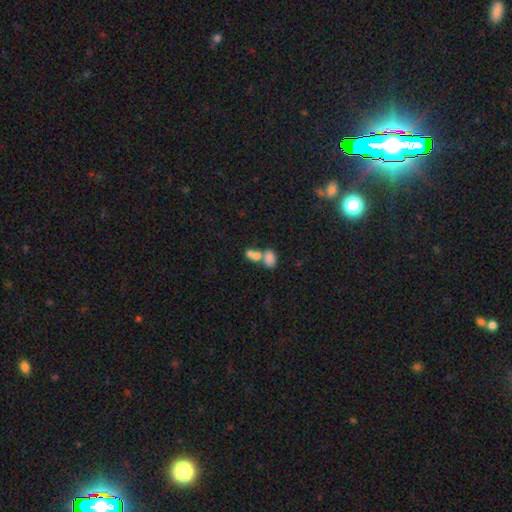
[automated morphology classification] This appears to be a smooth galaxy with no disk features (74%) that is in between round and cigar-shaped (75%). Merging: merger (69%).